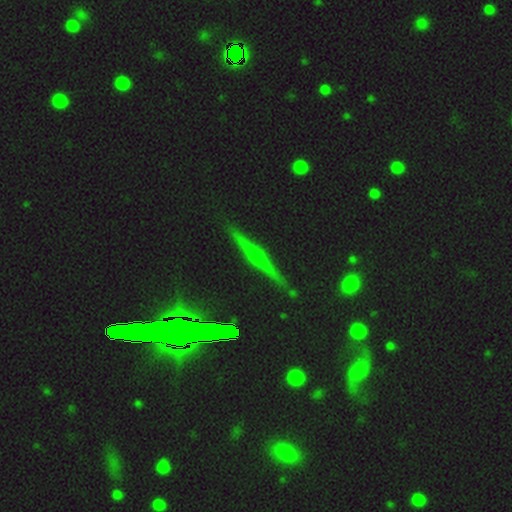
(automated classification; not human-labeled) The model was most divided on "smooth or featured": featured or disk: 60%, star or artifact: 23%, smooth: 17%. More confident: edge-on disk — yes (95%); merging — none (89%); edge-on bulge — rounded (71%).